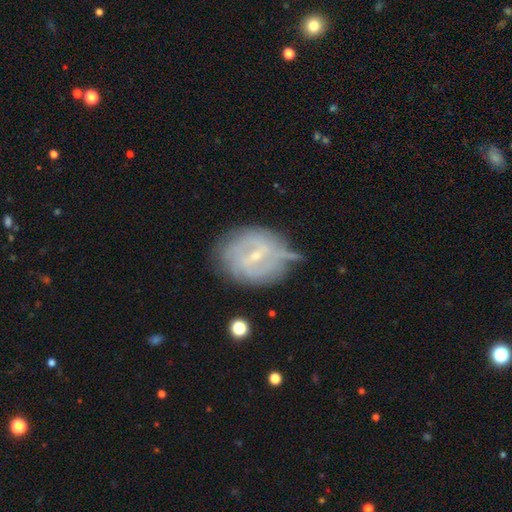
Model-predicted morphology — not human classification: smooth_or_featured: featured or disk (p=0.75) [alt: smooth p=0.17]
disk_edge_on: no (p=0.96) [alt: yes p=0.04]
bar: weak (p=0.54) [alt: strong p=0.26]
has_spiral_arms: yes (p=0.79) [alt: no p=0.21]
spiral_winding: tight (p=0.49) [alt: medium p=0.34]
spiral_arm_count: 2 (p=0.42) [alt: can't tell p=0.40]
bulge_size: small (p=0.76) [alt: moderate p=0.20]
merging: none (p=0.60) [alt: minor disturbance p=0.27]